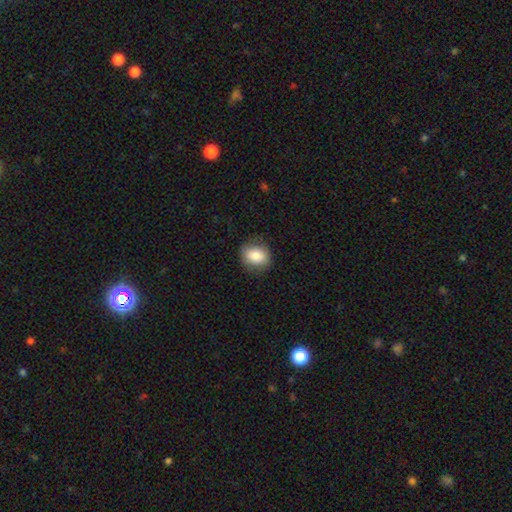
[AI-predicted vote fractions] Smooth or featured? Predicted: smooth (p=0.83). How rounded? Predicted: round (p=0.60). Merging? Predicted: none (p=0.84).